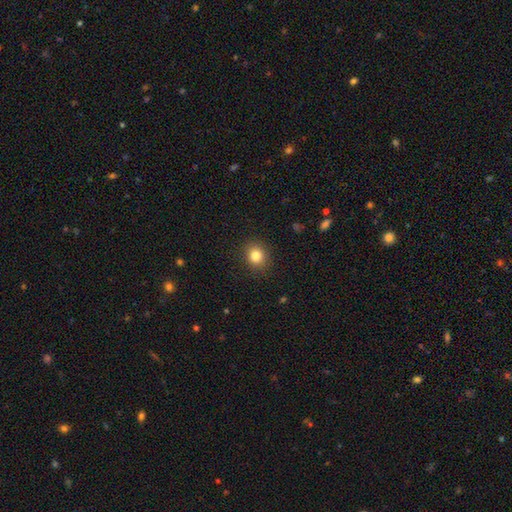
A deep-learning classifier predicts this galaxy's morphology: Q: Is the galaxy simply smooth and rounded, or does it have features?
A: smooth — 83%.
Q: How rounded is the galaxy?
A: round — 73%.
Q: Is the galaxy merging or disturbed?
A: none — 89%.